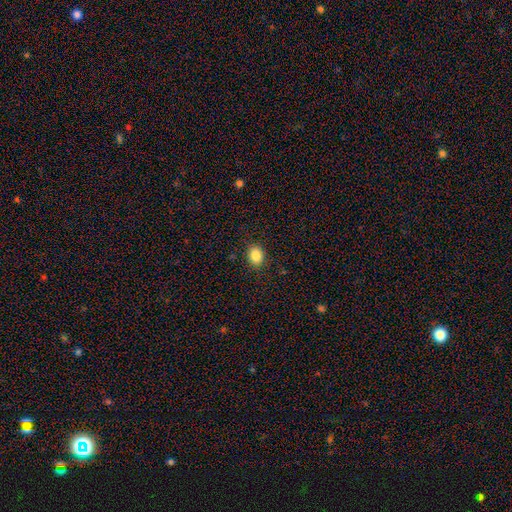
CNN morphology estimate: Smooth or featured? smooth (86%)
How rounded? in between (59%)
Merging? none (88%)